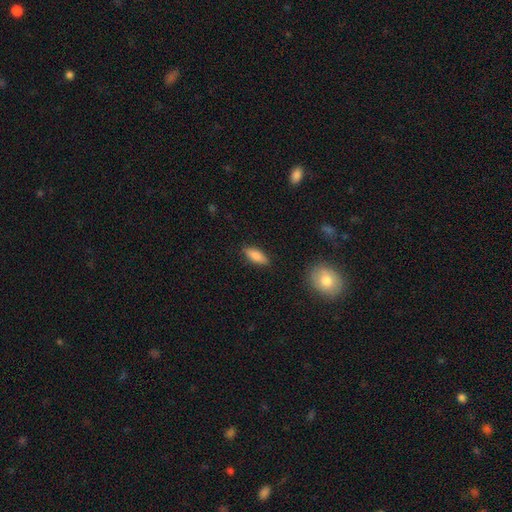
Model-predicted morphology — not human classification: The model was most divided on "how rounded": in between: 69%, cigar-shaped: 28%, round: 2%. More confident: merging — none (86%); smooth or featured — smooth (83%).